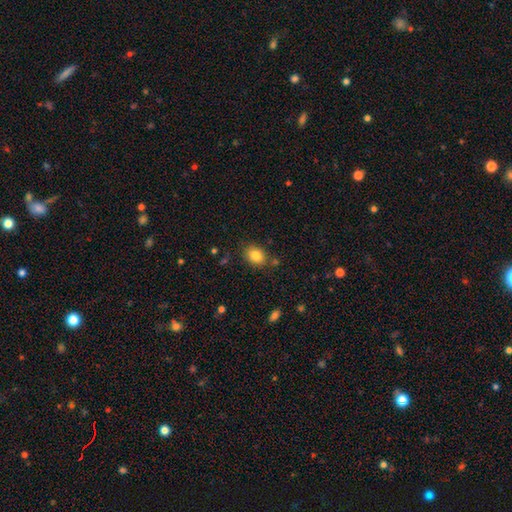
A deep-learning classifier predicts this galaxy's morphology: This appears to be a smooth galaxy with no disk features (84%) that is in between round and cigar-shaped (59%). Merging: none (80%).